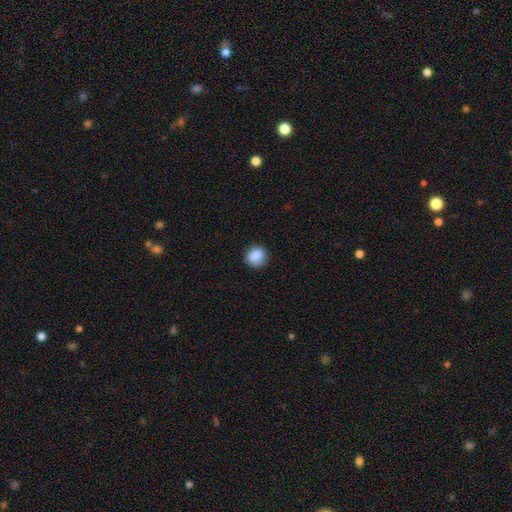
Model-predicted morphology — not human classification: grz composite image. It shows a smooth galaxy with no disk features (88%) that is round (86%). Merging: none (84%).